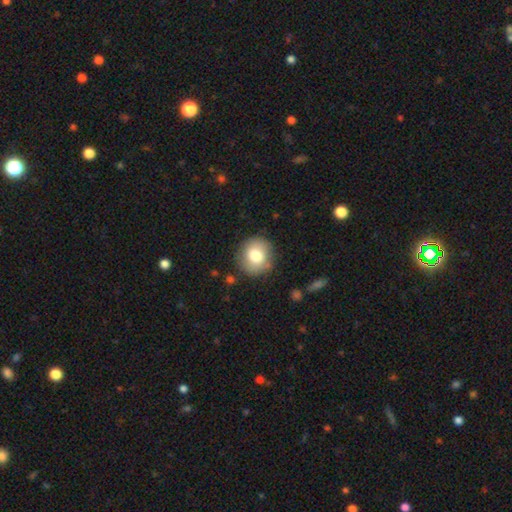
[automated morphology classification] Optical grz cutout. It shows a smooth galaxy with no disk features (78%) that is round (90%). Merging: none (85%).